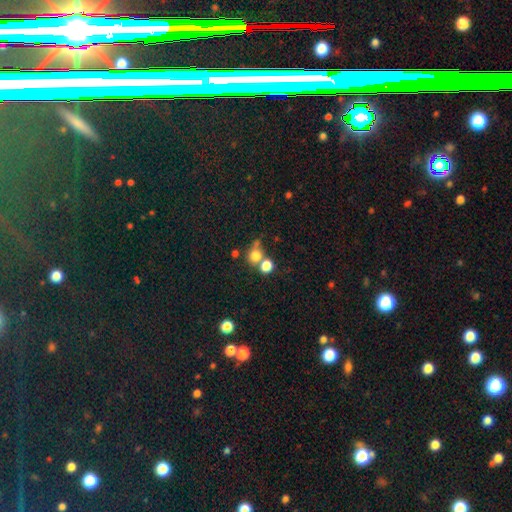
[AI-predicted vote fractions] Morphology: type=smooth (77%); roundness=round (78%); merging=none (44%).